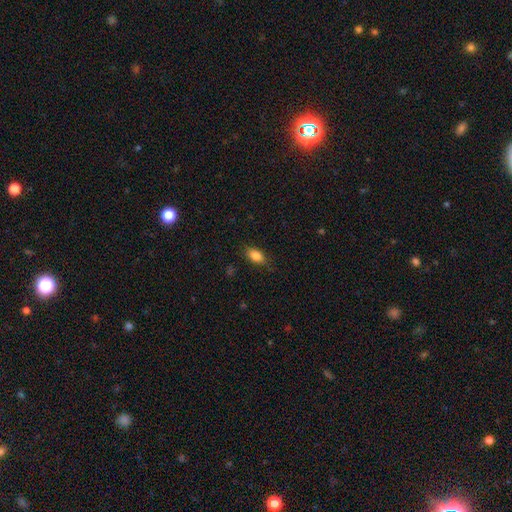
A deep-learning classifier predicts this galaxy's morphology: Smooth or featured: smooth — 85% (star or artifact — 8%)
How rounded: in between — 86% (round — 9%)
Merging: none — 81% (minor disturbance — 15%)